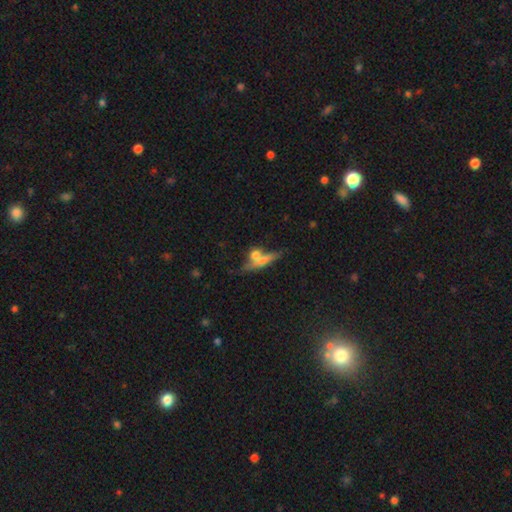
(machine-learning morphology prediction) Smooth or featured? smooth (58%)
How rounded? cigar-shaped (46%)
Merging? none (42%)